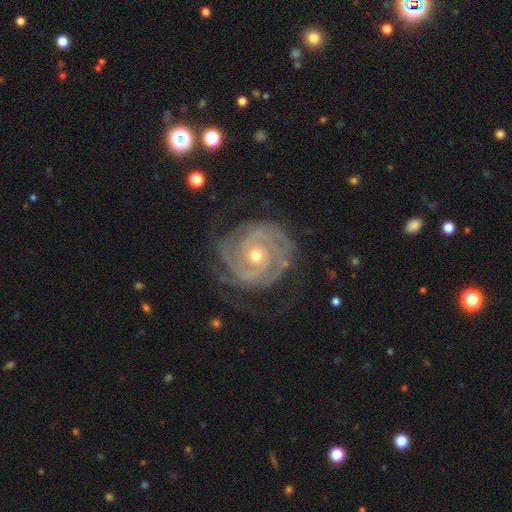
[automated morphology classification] featured or disk 92%, star or artifact 5%, smooth 3%. Down the decision tree: edge-on disk — no (98%); bar — no (72%); spiral arms — yes (98%); spiral arm count — 2 (38%); spiral winding — tight (82%); bulge size — moderate (52%); merging — none (76%).